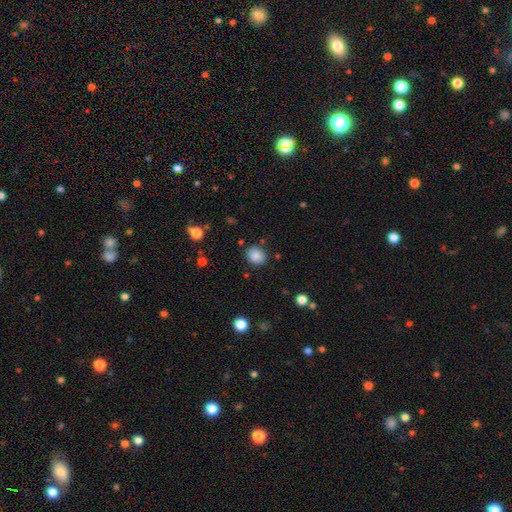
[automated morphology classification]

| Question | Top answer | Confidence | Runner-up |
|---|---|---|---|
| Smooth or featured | smooth | 86% | star or artifact (10%) |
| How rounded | round | 69% | in between (30%) |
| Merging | none | 85% | minor disturbance (10%) |